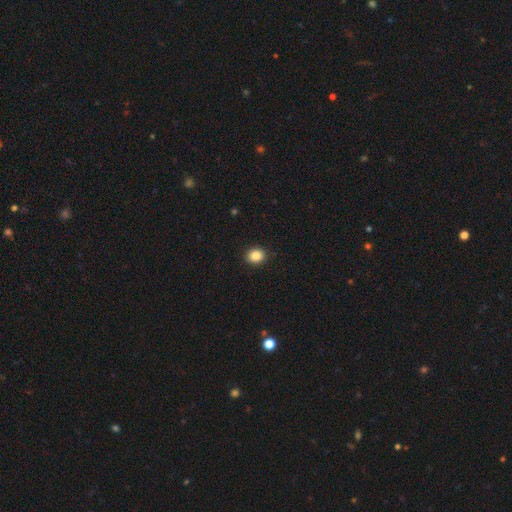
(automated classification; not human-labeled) The model was most divided on "how rounded": round: 65%, in between: 34%, cigar-shaped: 1%. More confident: merging — none (91%); smooth or featured — smooth (87%).